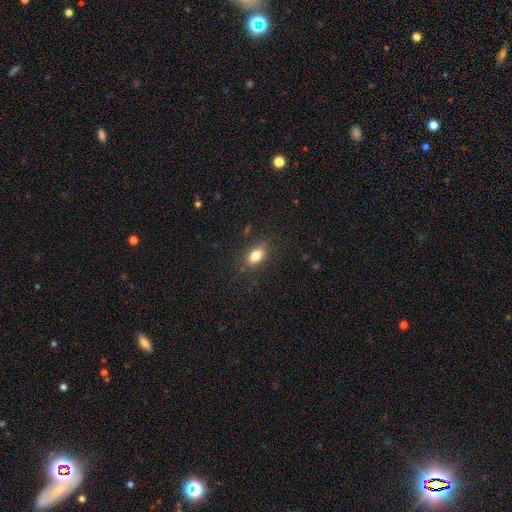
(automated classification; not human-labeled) This is clearly a smooth galaxy (81%). How rounded: clearly in between (85%). Merging: clearly none (83%).